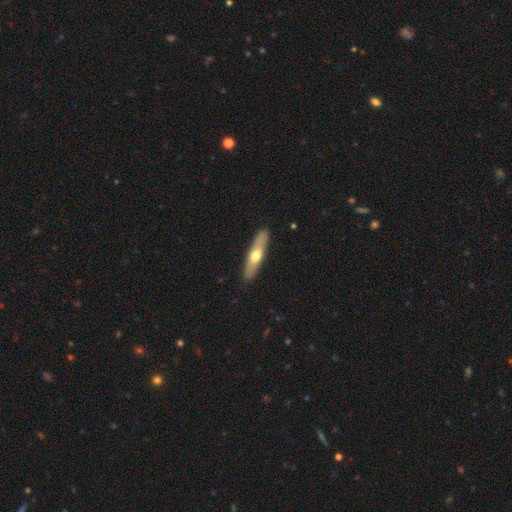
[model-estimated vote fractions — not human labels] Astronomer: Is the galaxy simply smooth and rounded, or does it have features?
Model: smooth — 51% (runner-up: featured or disk, 45%).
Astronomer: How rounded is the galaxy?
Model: cigar-shaped — 78%.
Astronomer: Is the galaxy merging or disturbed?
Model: none — 89%.